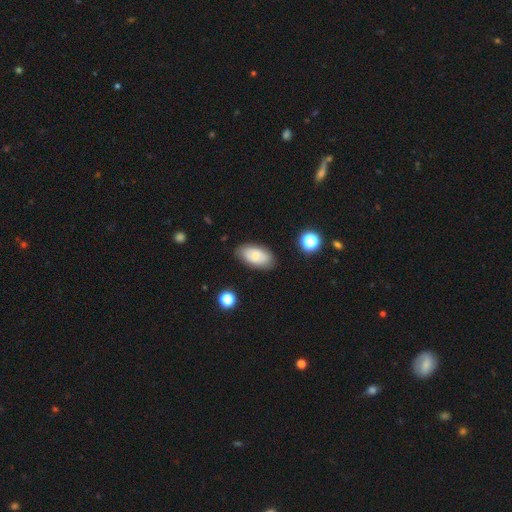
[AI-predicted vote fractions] smooth_or_featured: smooth (p=0.62) [alt: featured or disk p=0.30]
how_rounded: in between (p=0.93) [alt: round p=0.04]
merging: none (p=0.81) [alt: minor disturbance p=0.14]